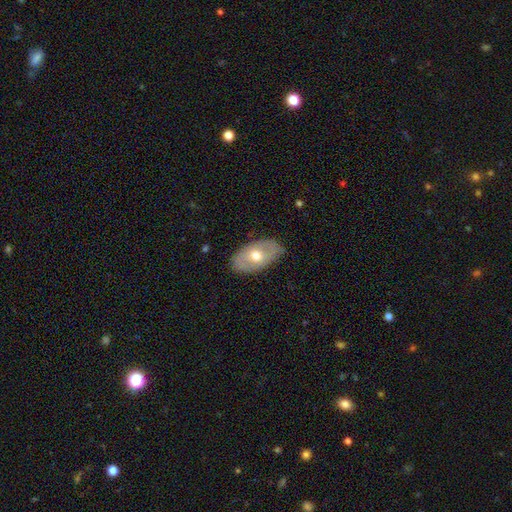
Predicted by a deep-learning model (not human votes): The model was most divided on "smooth or featured": smooth: 50%, featured or disk: 45%, star or artifact: 5%. More confident: merging — none (82%).